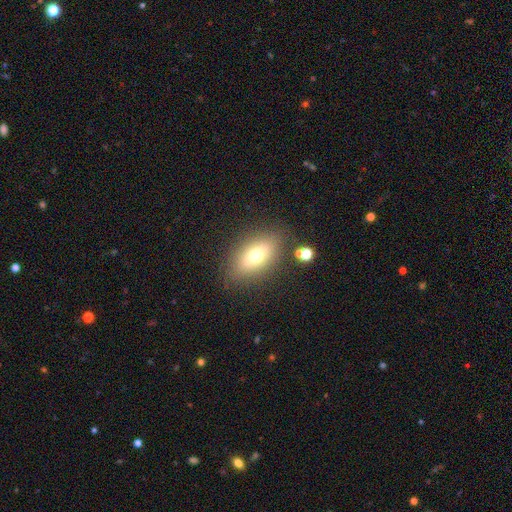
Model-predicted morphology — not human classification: Smooth or featured: smooth — 66% (featured or disk — 24%)
How rounded: in between — 82% (cigar-shaped — 12%)
Merging: none — 82% (minor disturbance — 11%)